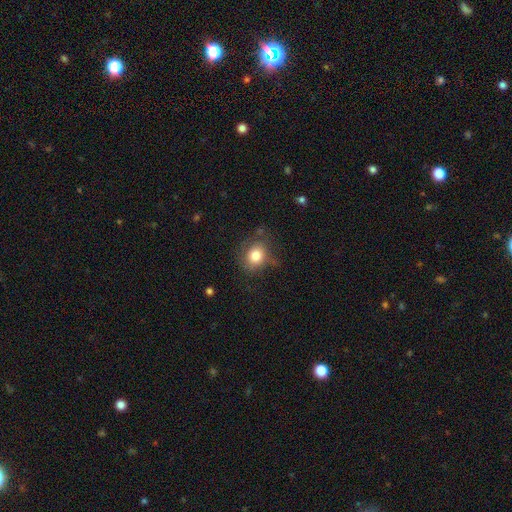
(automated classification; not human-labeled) A smooth galaxy with no disk features (80%) that is round (65%). Merging: none (69%).